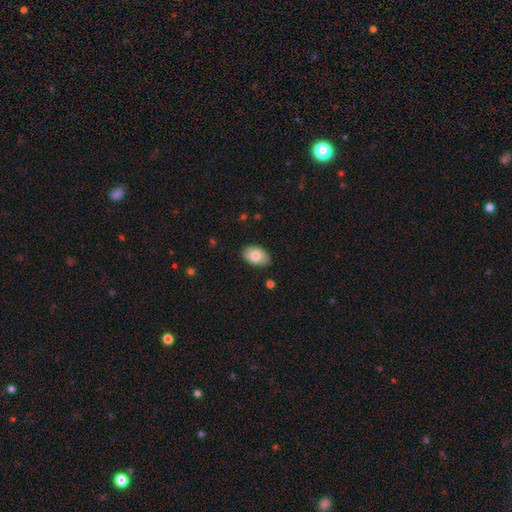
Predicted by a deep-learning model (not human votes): The model was most divided on "smooth or featured": smooth: 79%, featured or disk: 14%, star or artifact: 7%. More confident: how rounded — in between (88%); merging — none (84%).